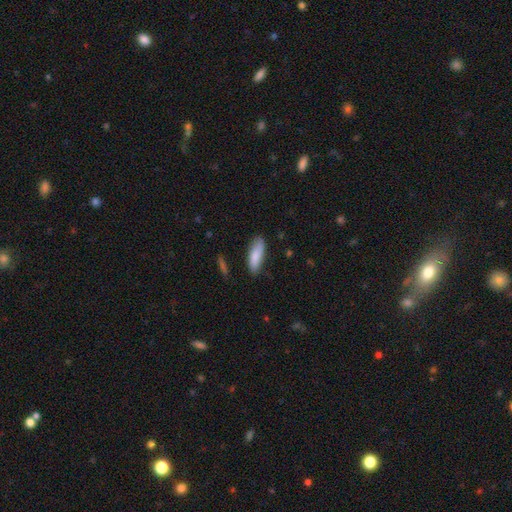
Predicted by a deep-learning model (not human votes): The model was most divided on "how rounded": in between: 58%, cigar-shaped: 40%, round: 2%. More confident: smooth or featured — smooth (85%); merging — none (79%).